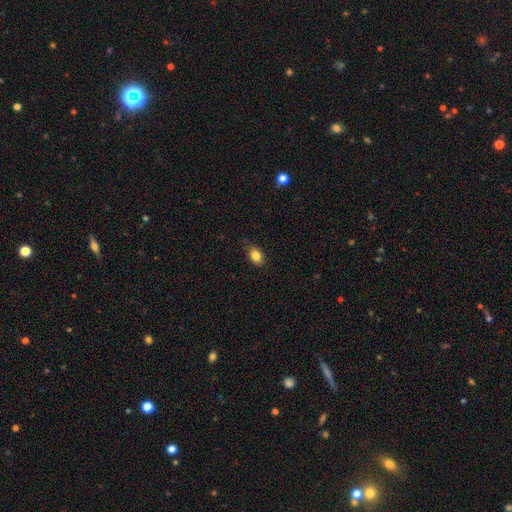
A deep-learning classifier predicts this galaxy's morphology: smooth 84%, star or artifact 9%, featured or disk 7%. Down the decision tree: how rounded — in between (83%); merging — none (77%).